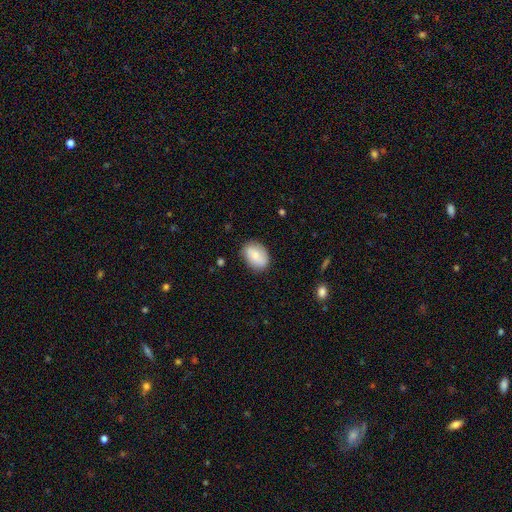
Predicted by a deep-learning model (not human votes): Smooth or featured?
  - smooth: 75% *
  - featured or disk: 18%
  - star or artifact: 7%
How rounded?
  - in between: 78% *
  - round: 21%
  - cigar-shaped: 1%
Merging?
  - none: 81% *
  - minor disturbance: 15%
  - major disturbance: 3%
  - merger: 1%